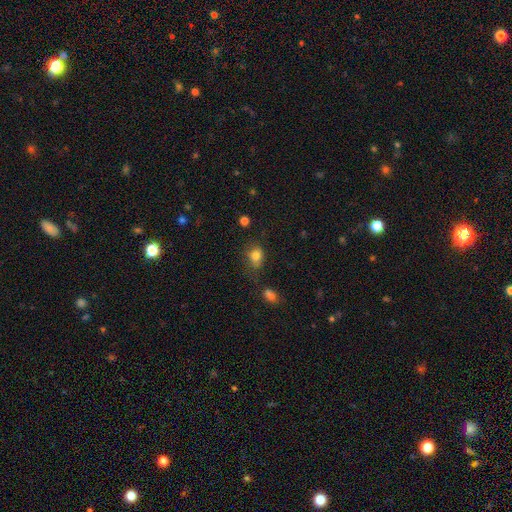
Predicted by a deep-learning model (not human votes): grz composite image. It shows a smooth galaxy with no disk features (81%) that is in between round and cigar-shaped (56%). Merging: none (54%).